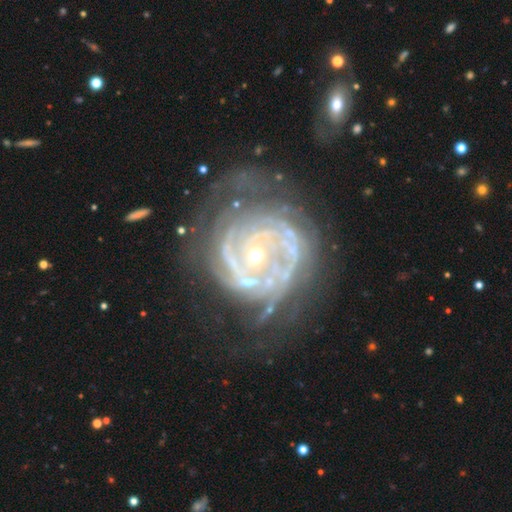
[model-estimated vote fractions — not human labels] Smooth or featured? featured or disk (88%)
Edge-on disk? no (97%)
Bar? no (72%)
Spiral arms? yes (93%)
Spiral winding? tight (70%)
Spiral arm count? can't tell (33%)
Bulge size? small (58%)
Merging? none (49%)